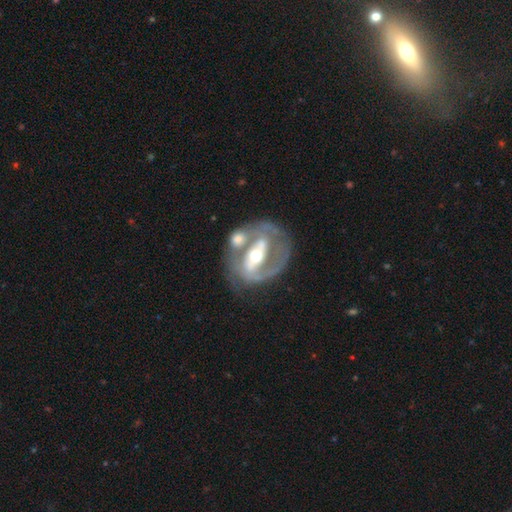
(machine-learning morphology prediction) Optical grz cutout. It shows a featured or disk galaxy (79%) with a strong bar (46%), spiral arms (62%) and a moderate central bulge (71%). Merging: none (40%).